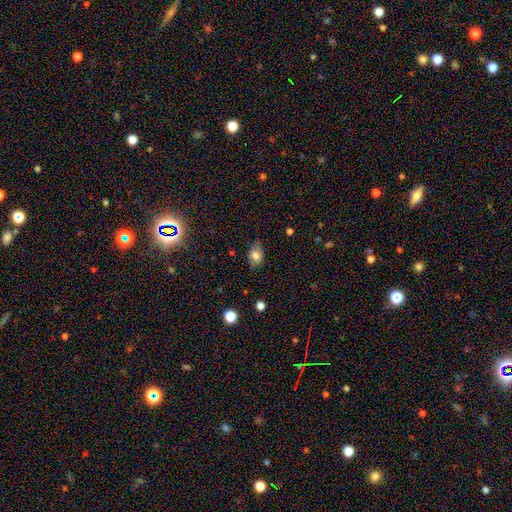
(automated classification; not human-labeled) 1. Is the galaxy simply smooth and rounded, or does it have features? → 74% smooth, 16% featured or disk, 10% star or artifact.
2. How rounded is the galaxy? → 85% in between, 14% round, 2% cigar-shaped.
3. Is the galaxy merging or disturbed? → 75% none, 20% minor disturbance, 5% major disturbance, 1% merger.